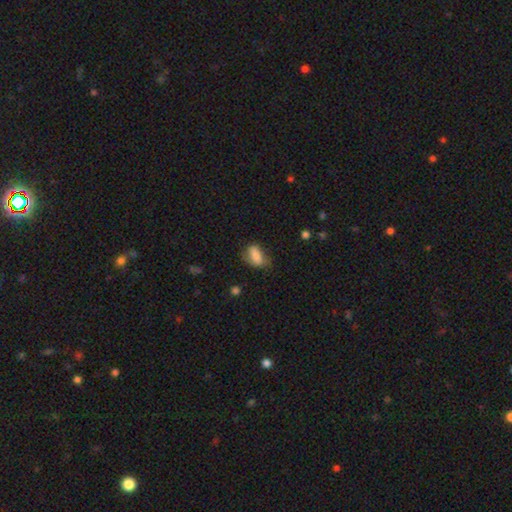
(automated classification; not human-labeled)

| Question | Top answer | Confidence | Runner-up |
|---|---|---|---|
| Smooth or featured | smooth | 78% | featured or disk (14%) |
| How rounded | in between | 84% | cigar-shaped (8%) |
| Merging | none | 54% | minor disturbance (32%) |